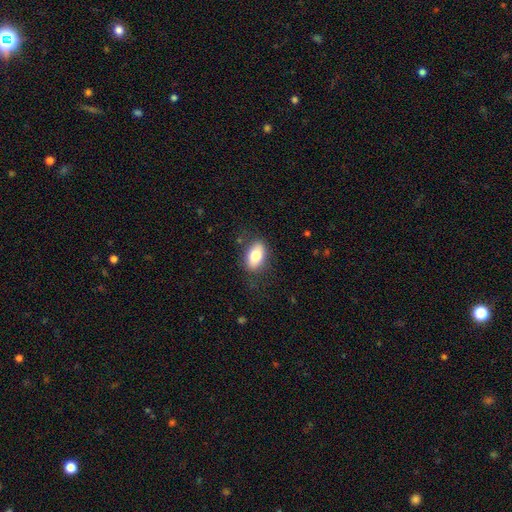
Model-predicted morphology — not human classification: smooth_or_featured: smooth (p=0.80) [alt: featured or disk p=0.13]
how_rounded: in between (p=0.90) [alt: round p=0.06]
merging: none (p=0.82) [alt: minor disturbance p=0.13]